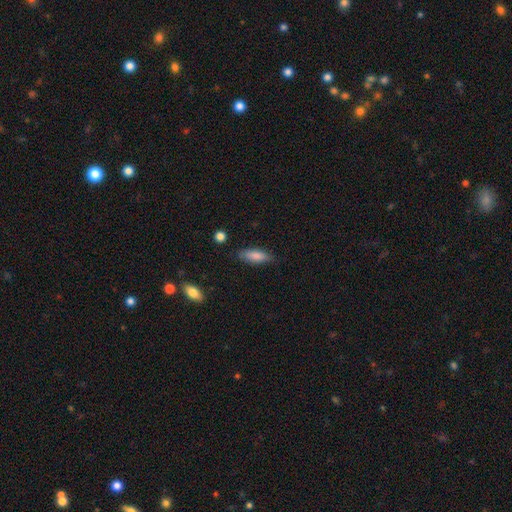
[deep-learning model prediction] This appears to be a smooth galaxy with no disk features (83%) that is in between round and cigar-shaped (58%). Merging: none (81%).